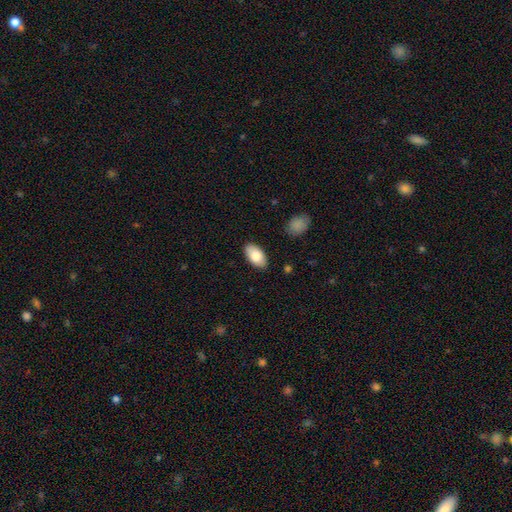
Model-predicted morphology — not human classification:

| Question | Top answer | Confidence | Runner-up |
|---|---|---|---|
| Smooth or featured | smooth | 81% | featured or disk (12%) |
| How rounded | in between | 95% | round (3%) |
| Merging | none | 87% | minor disturbance (10%) |